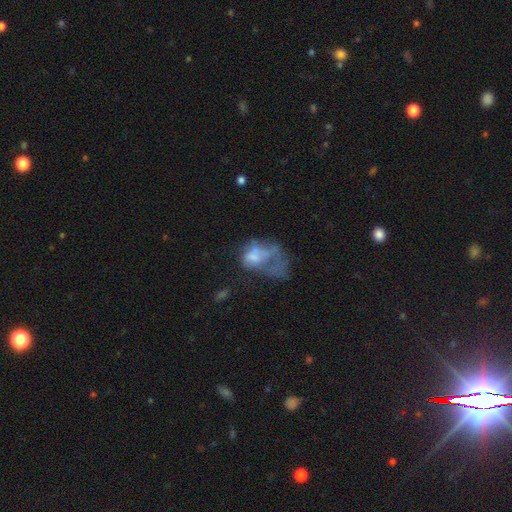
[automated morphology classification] Smooth or featured? Predicted: smooth (p=0.45). Merging? Predicted: major disturbance (p=0.52).